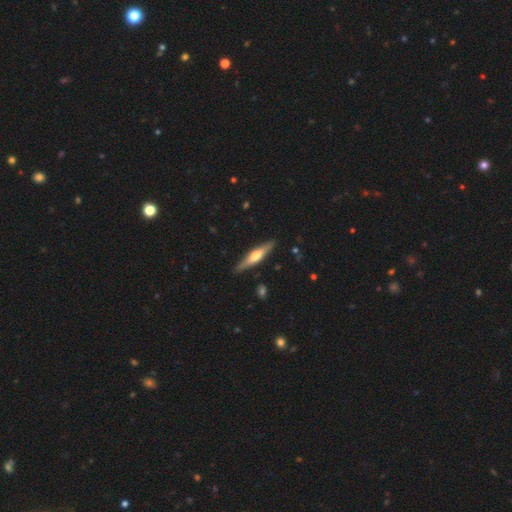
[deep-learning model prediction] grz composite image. It shows a featured or disk galaxy (57%) viewed edge-on (94%) with a rounded central bulge (84%). Merging: none (88%).